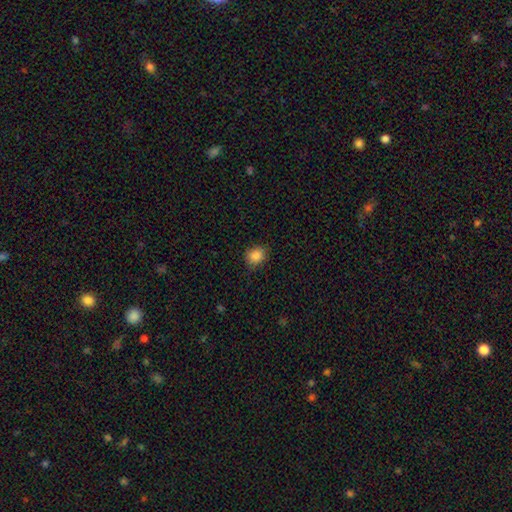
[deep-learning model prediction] Smooth or featured? smooth (86%)
How rounded? round (66%)
Merging? none (82%)